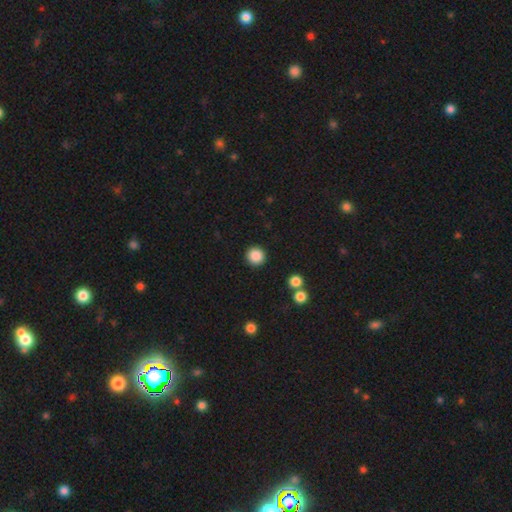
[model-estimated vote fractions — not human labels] Smooth or featured: smooth — 87% (star or artifact — 9%)
How rounded: round — 95% (in between — 4%)
Merging: none — 92% (minor disturbance — 5%)